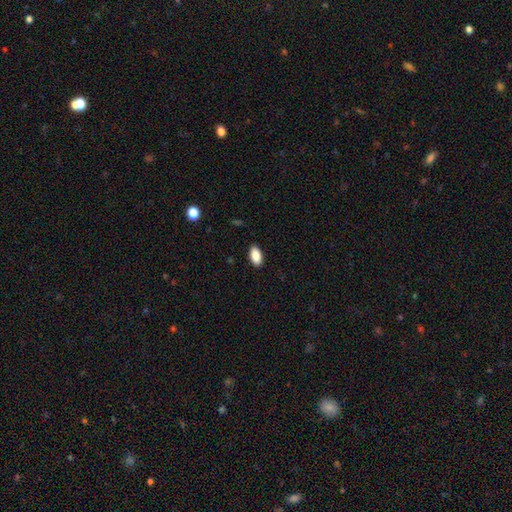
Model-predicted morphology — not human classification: This appears to be a smooth galaxy with no disk features (89%) that is in between round and cigar-shaped (93%). Merging: none (89%).